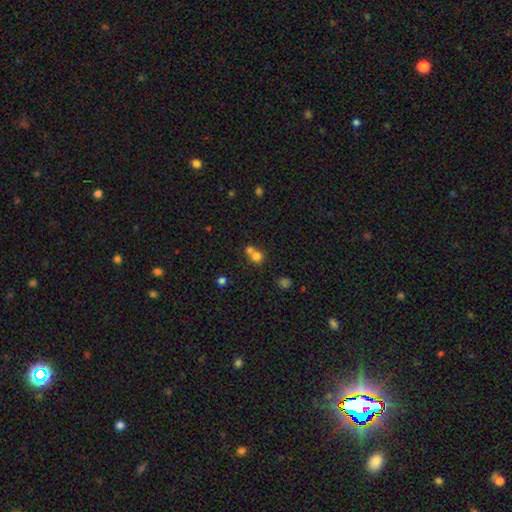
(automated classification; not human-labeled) smooth-or-featured: smooth: 75% | star or artifact: 14% | featured or disk: 11%
  how-rounded: round: 81% | in between: 18% | cigar-shaped: 1%
  merging: merger: 55% | none: 36% | minor disturbance: 6% | major disturbance: 3%